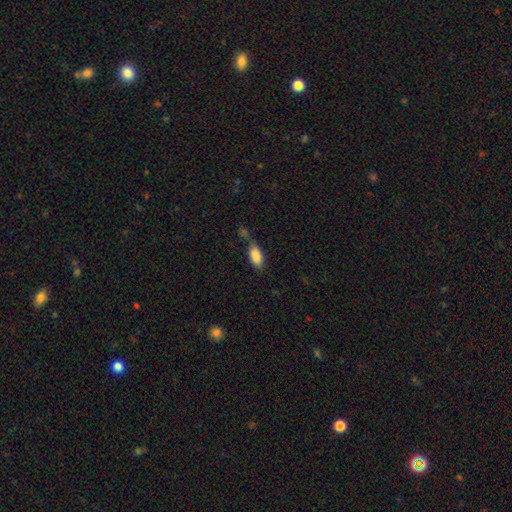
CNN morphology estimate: A smooth galaxy with no disk features (87%) that is in between round and cigar-shaped (88%).

Vote fractions:
- Smooth or featured? smooth: 87% / star or artifact: 7% / featured or disk: 6%
- How rounded? in between: 88% / cigar-shaped: 9% / round: 3%
- Merging? none: 54% / minor disturbance: 20% / merger: 19% / major disturbance: 7%